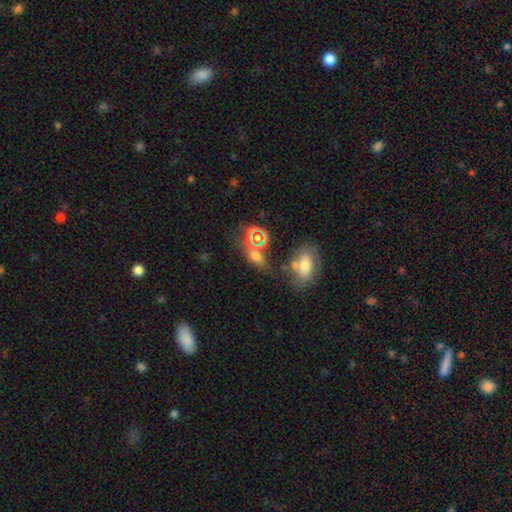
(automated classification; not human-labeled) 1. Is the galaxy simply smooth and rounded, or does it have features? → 54% smooth, 33% star or artifact, 13% featured or disk.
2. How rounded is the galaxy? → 68% in between, 25% round, 7% cigar-shaped.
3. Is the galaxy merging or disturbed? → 52% none, 23% merger, 16% minor disturbance, 10% major disturbance.